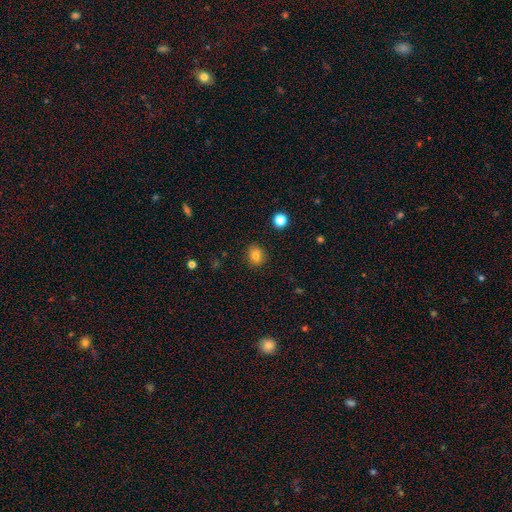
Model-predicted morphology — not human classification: Smooth or featured? Predicted: smooth (p=0.79). How rounded? Predicted: round (p=0.68). Merging? Predicted: none (p=0.86).